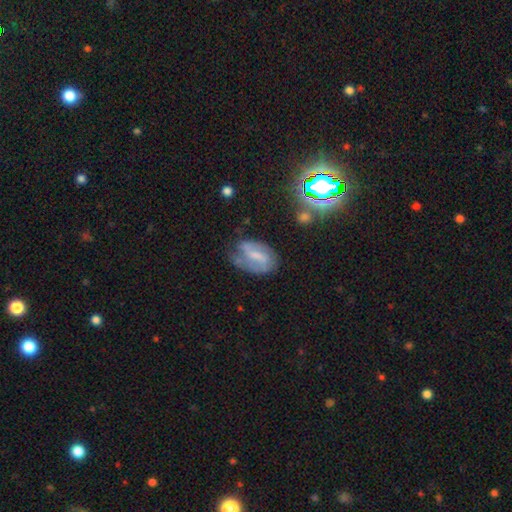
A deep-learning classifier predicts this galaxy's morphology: featured or disk 60%, smooth 31%, star or artifact 9%. Down the decision tree: edge-on disk — no (95%); bar — weak (47%); spiral arms — yes (73%); bulge size — small (40%); merging — none (48%).